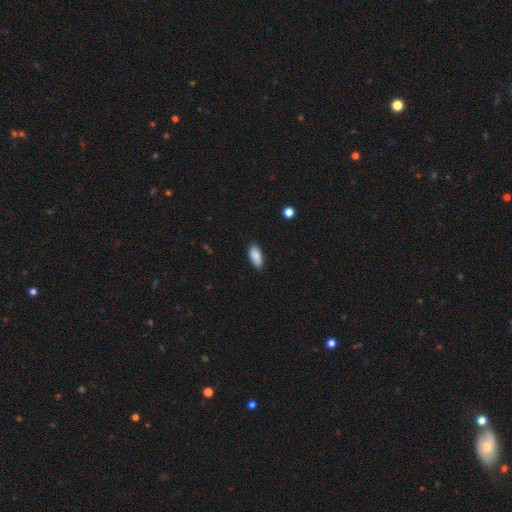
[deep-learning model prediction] smooth_or_featured: smooth (p=0.87) [alt: star or artifact p=0.07]
how_rounded: in between (p=0.88) [alt: cigar-shaped p=0.10]
merging: none (p=0.83) [alt: minor disturbance p=0.14]